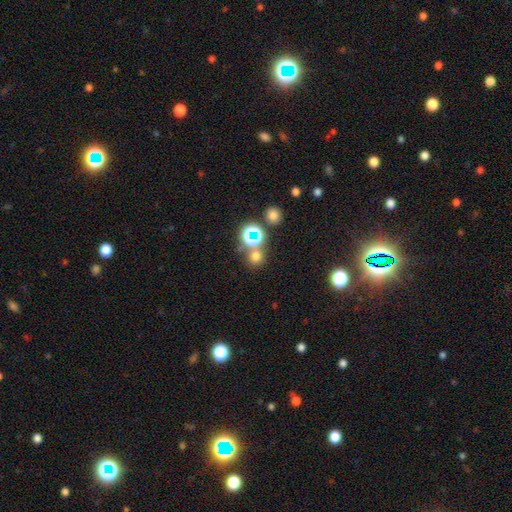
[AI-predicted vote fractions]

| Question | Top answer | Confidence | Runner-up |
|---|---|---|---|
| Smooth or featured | smooth | 61% | star or artifact (32%) |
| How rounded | round | 87% | in between (12%) |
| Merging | none | 69% | merger (19%) |